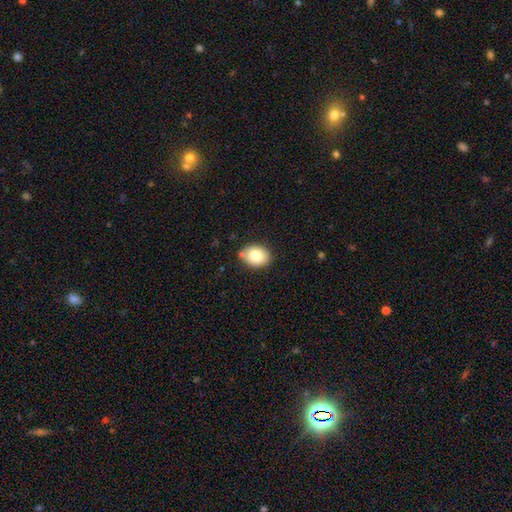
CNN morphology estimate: Smooth or featured: smooth — 81% (featured or disk — 11%)
How rounded: in between — 66% (round — 33%)
Merging: none — 80% (minor disturbance — 14%)